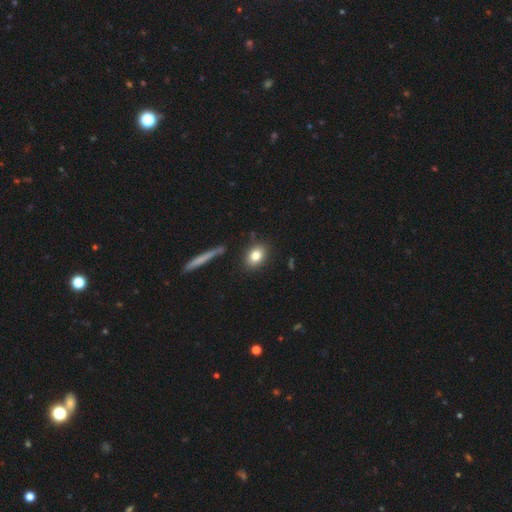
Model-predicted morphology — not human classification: The model was most divided on "how rounded": in between: 61%, round: 36%, cigar-shaped: 3%. More confident: merging — none (85%); smooth or featured — smooth (80%).